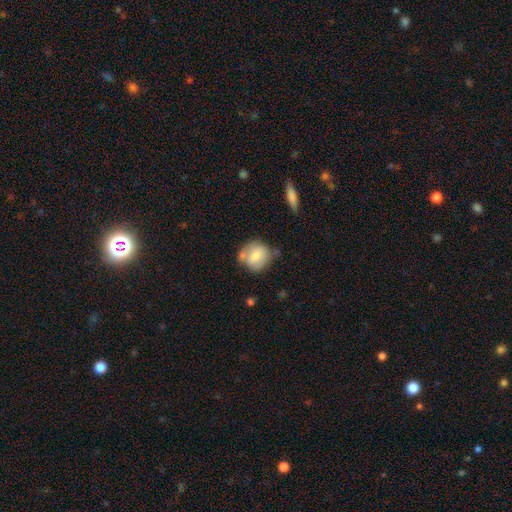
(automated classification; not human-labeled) This appears to be a smooth galaxy with no disk features (66%) that is round (80%). Merging: none (51%).